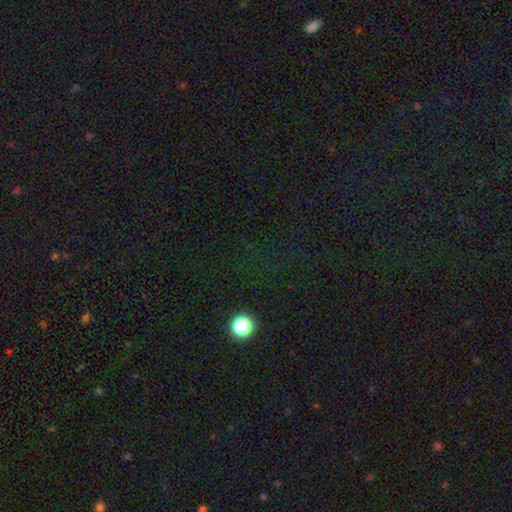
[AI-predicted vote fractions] The model was most divided on "smooth or featured": star or artifact: 72%, smooth: 21%, featured or disk: 7%.